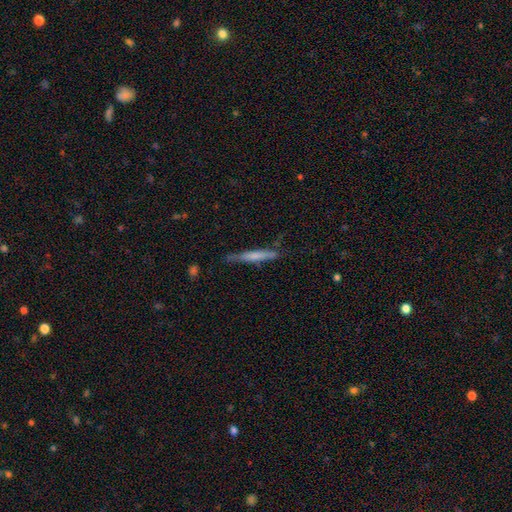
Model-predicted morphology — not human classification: This is possibly a smooth galaxy (53%). How rounded: clearly cigar-shaped (95%). Merging: likely none (79%).